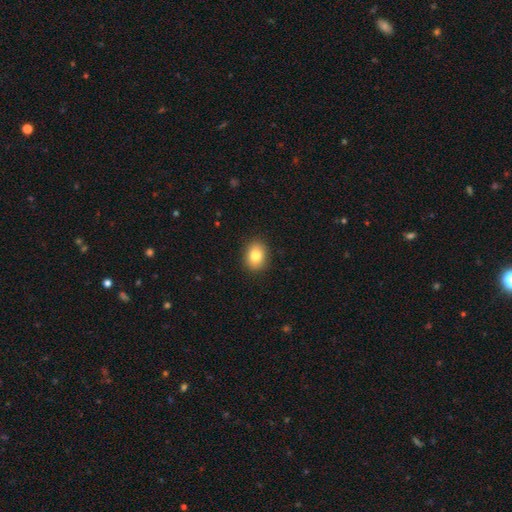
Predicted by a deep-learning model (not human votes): A smooth galaxy with no disk features (82%) that is in between round and cigar-shaped (55%).

Vote fractions:
- Smooth or featured? smooth: 82% / star or artifact: 9% / featured or disk: 9%
- How rounded? in between: 55% / round: 44% / cigar-shaped: 1%
- Merging? none: 90% / minor disturbance: 7% / major disturbance: 2% / merger: 1%